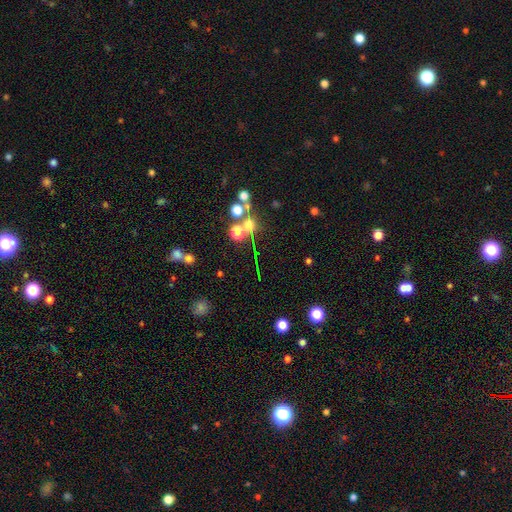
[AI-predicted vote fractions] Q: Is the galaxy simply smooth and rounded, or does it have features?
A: star or artifact — 52%.